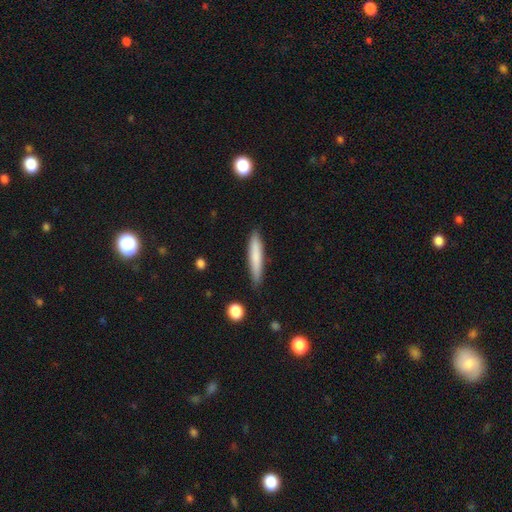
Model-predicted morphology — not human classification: Overall: smooth (77%). How rounded: cigar-shaped (91%). Merging: none (87%).